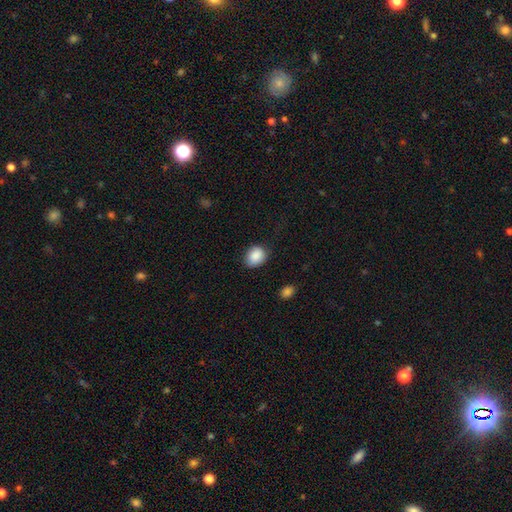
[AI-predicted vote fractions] This appears to be a smooth galaxy with no disk features (88%) that is round (57%). Merging: none (76%).